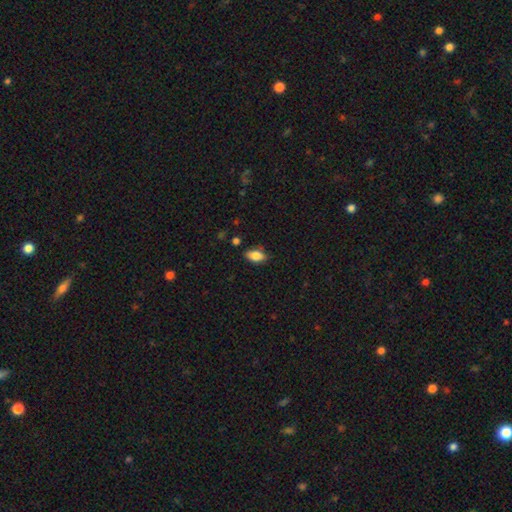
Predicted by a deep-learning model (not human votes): Smooth or featured: smooth — 82% (featured or disk — 11%)
How rounded: in between — 90% (cigar-shaped — 5%)
Merging: none — 80% (minor disturbance — 15%)